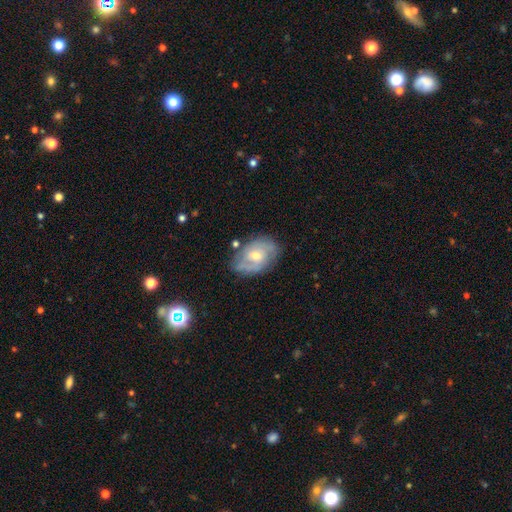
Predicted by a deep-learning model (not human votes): Smooth or featured?
  - featured or disk: 64% *
  - smooth: 29%
  - star or artifact: 7%
Edge-on disk?
  - no: 95% *
  - yes: 5%
Bar?
  - no: 66% *
  - weak: 29%
  - strong: 5%
Spiral arms?
  - yes: 72% *
  - no: 28%
Bulge size?
  - moderate: 51% *
  - small: 45%
  - large: 2%
  - none: 1%
  - dominant: 1%
Merging?
  - none: 65% *
  - minor disturbance: 23%
  - major disturbance: 7%
  - merger: 4%